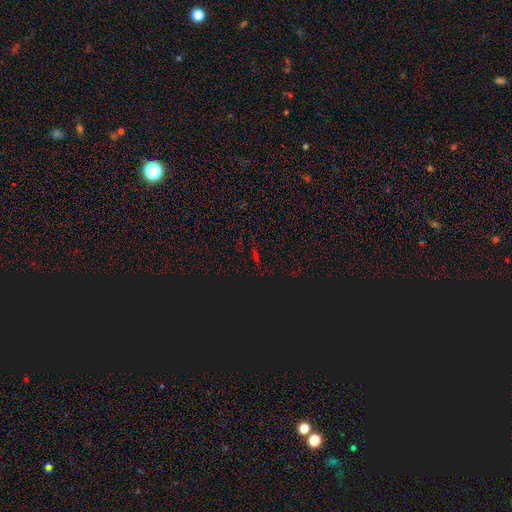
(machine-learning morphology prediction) Q: Smooth or featured?
A: star or artifact (69%); runner-up: smooth (20%)